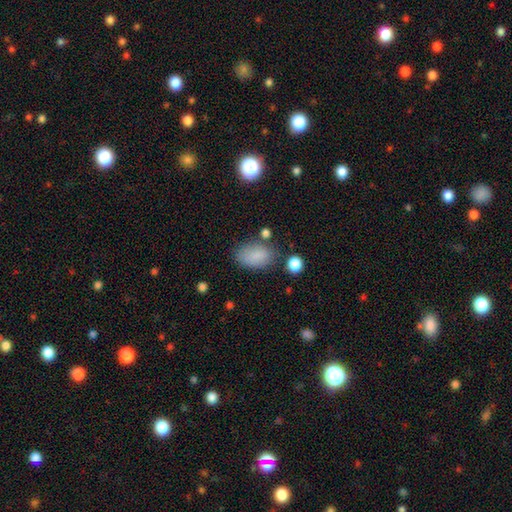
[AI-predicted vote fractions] Q: Smooth or featured?
A: smooth (83%); runner-up: star or artifact (9%)
Q: How rounded?
A: in between (90%); runner-up: round (8%)
Q: Merging?
A: none (68%); runner-up: minor disturbance (19%)